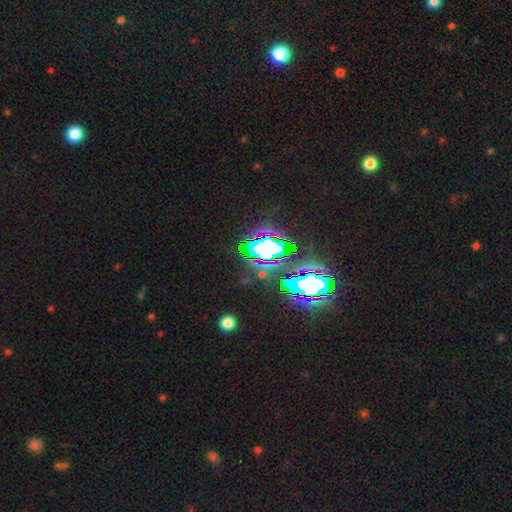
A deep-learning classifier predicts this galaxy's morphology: smooth-or-featured: star or artifact: 79% | smooth: 11% | featured or disk: 10%